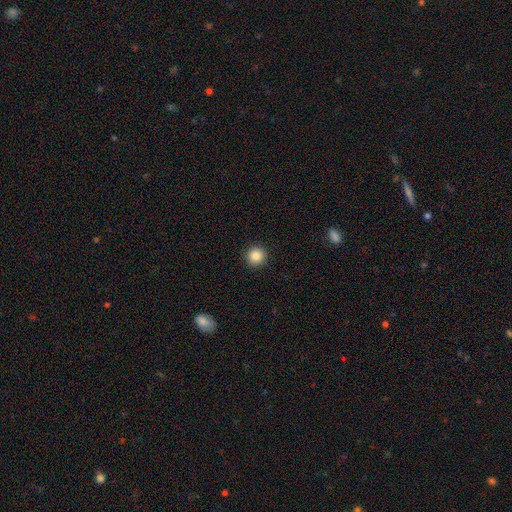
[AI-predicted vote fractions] smooth 86%, star or artifact 10%, featured or disk 4%. Down the decision tree: how rounded — round (95%); merging — none (92%).